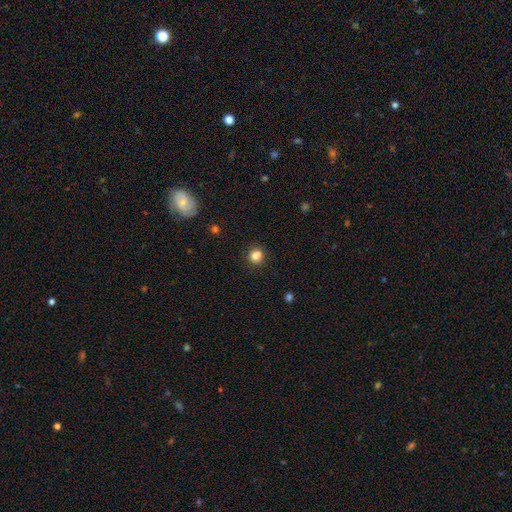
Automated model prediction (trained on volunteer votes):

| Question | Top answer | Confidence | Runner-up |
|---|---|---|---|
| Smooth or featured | smooth | 82% | star or artifact (12%) |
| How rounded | round | 81% | in between (18%) |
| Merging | none | 76% | minor disturbance (12%) |